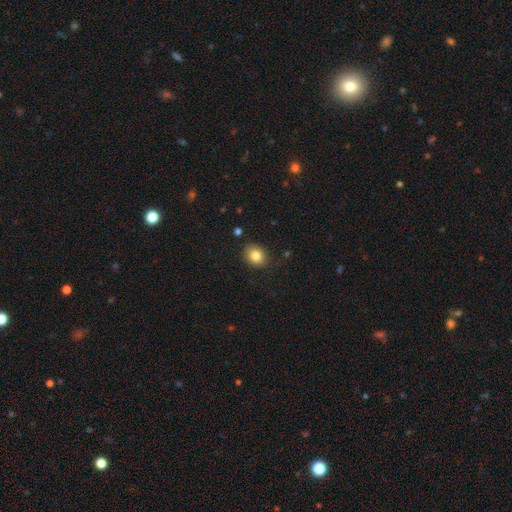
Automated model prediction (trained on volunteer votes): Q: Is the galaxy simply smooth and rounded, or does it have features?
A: smooth — 83%.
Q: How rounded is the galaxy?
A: round — 56%.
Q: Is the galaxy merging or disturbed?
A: none — 85%.